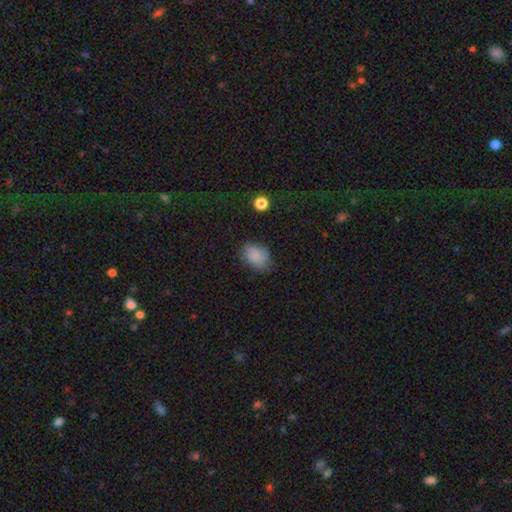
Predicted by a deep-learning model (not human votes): Smooth or featured: smooth — 83% (star or artifact — 10%)
How rounded: in between — 73% (round — 26%)
Merging: none — 67% (minor disturbance — 25%)